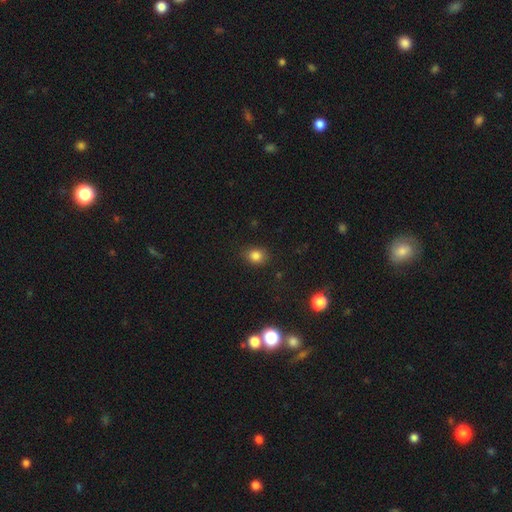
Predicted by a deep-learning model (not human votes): This is clearly a smooth galaxy (81%). How rounded: possibly round (58%). Merging: clearly none (84%).